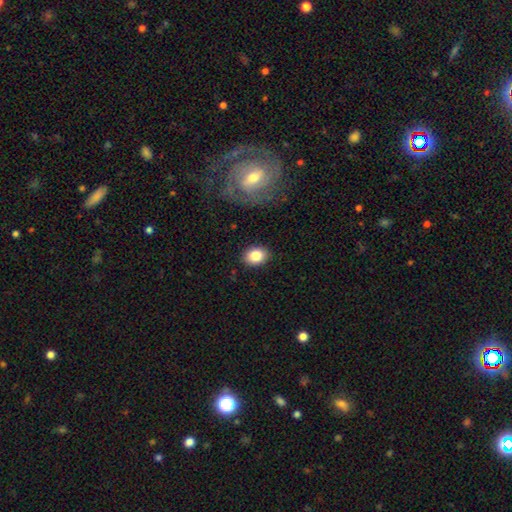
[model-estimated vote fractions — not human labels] This appears to be a smooth galaxy with no disk features (85%) that is in between round and cigar-shaped (65%). Merging: none (87%).